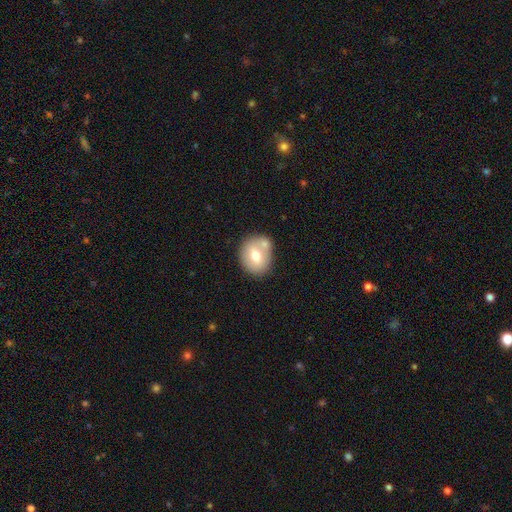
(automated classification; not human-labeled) Morphology: type=smooth (66%); roundness=round (65%); merging=none (56%).